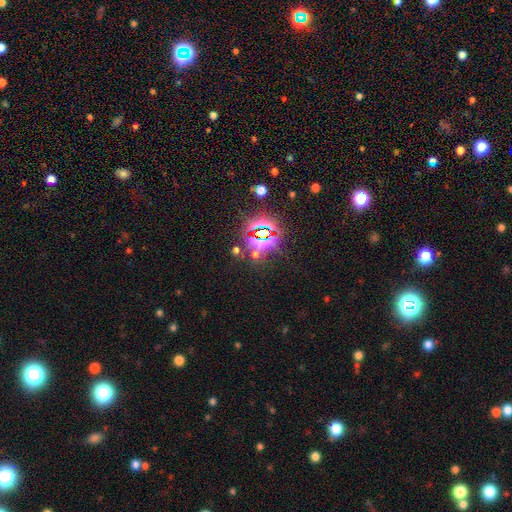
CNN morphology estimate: Smooth or featured?
  - star or artifact: 77% *
  - smooth: 16%
  - featured or disk: 7%